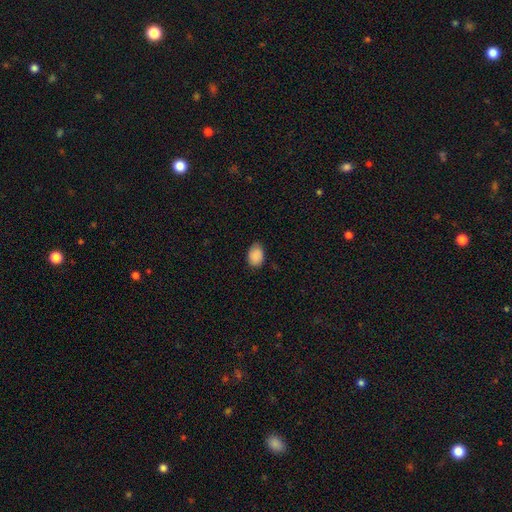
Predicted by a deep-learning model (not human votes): Q: Smooth or featured?
A: smooth (89%); runner-up: star or artifact (7%)
Q: How rounded?
A: in between (79%); runner-up: round (20%)
Q: Merging?
A: none (78%); runner-up: minor disturbance (18%)